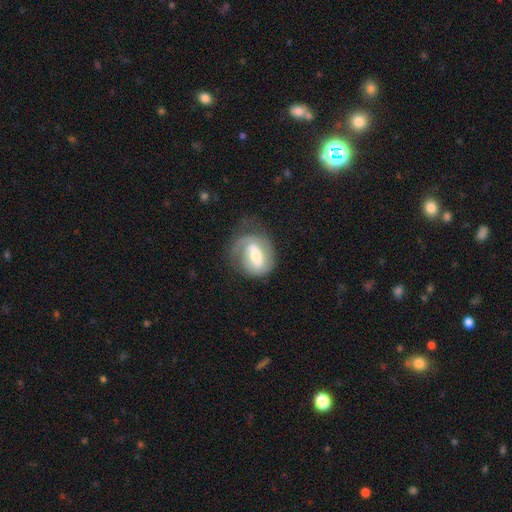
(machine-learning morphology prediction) type=featured or disk (62%); edge-on=no (95%); bar=strong (42%); spiral arms=yes (76%); bulge=moderate (48%); merging=none (49%).